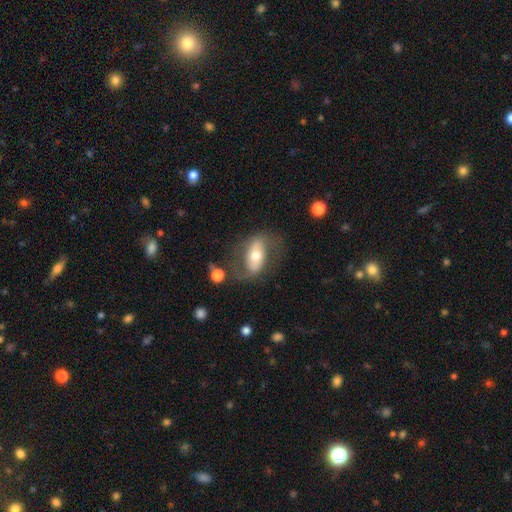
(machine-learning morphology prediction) A featured or disk galaxy (58%). Merging: none (60%).